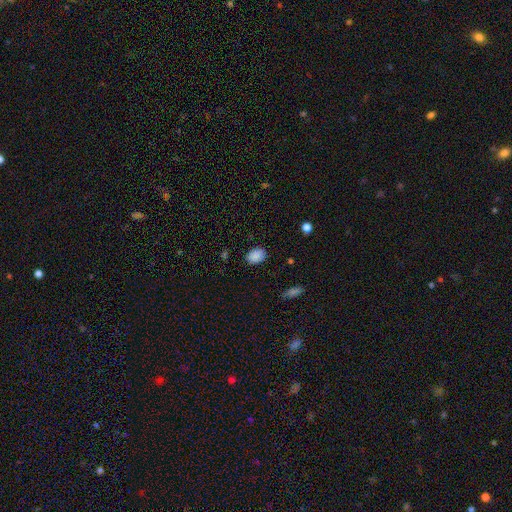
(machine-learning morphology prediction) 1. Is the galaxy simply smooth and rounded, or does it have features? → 88% smooth, 8% star or artifact, 3% featured or disk.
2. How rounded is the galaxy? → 77% in between, 22% round, 1% cigar-shaped.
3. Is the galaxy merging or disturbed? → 86% none, 11% minor disturbance, 2% major disturbance, 1% merger.